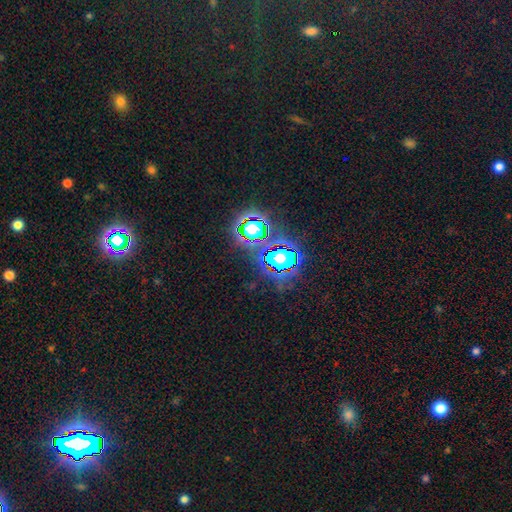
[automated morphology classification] Smooth or featured? star or artifact (79%)